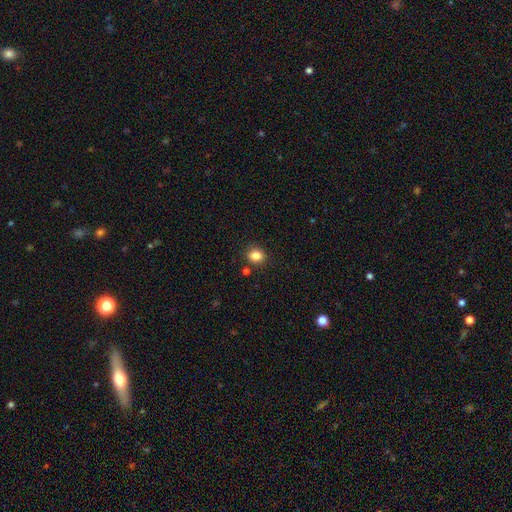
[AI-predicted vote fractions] The model was most divided on "how rounded": round: 72%, in between: 28%, cigar-shaped: 1%. More confident: merging — none (84%); smooth or featured — smooth (83%).